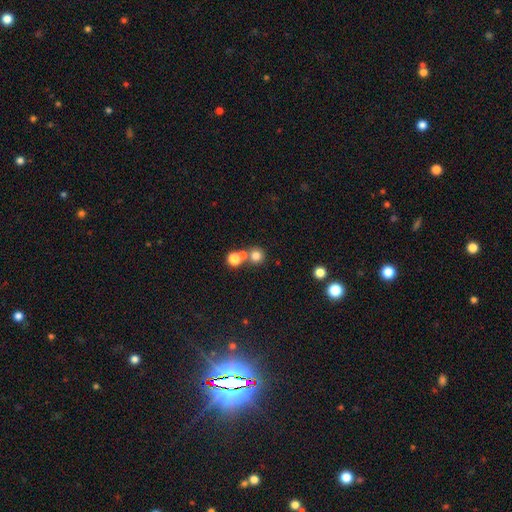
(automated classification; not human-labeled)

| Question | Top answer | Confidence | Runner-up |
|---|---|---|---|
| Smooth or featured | smooth | 76% | star or artifact (15%) |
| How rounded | round | 91% | in between (8%) |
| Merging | none | 60% | merger (30%) |